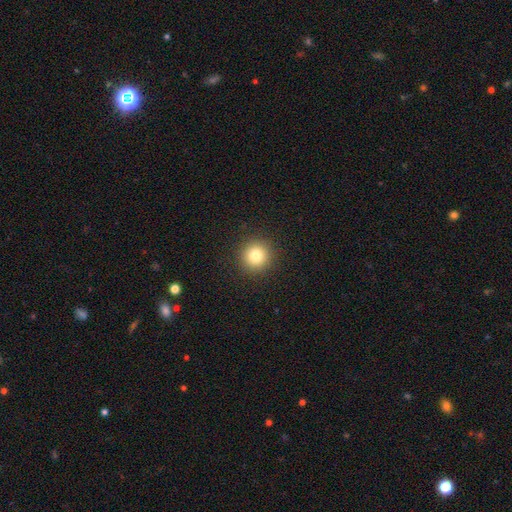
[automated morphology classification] This is likely a smooth galaxy (80%). How rounded: clearly round (95%). Merging: clearly none (92%).